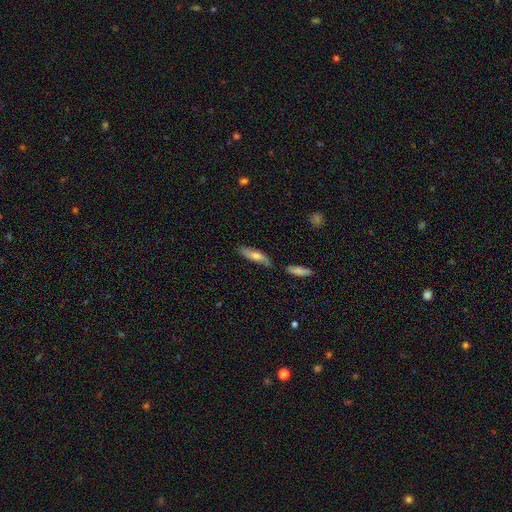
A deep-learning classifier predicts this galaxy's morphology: type=smooth (60%); roundness=cigar-shaped (60%); merging=none (71%).